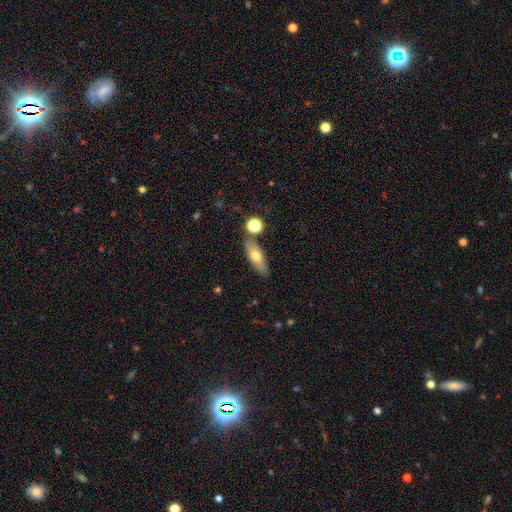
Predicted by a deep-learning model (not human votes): Smooth or featured? smooth (65%)
How rounded? in between (64%)
Merging? none (79%)